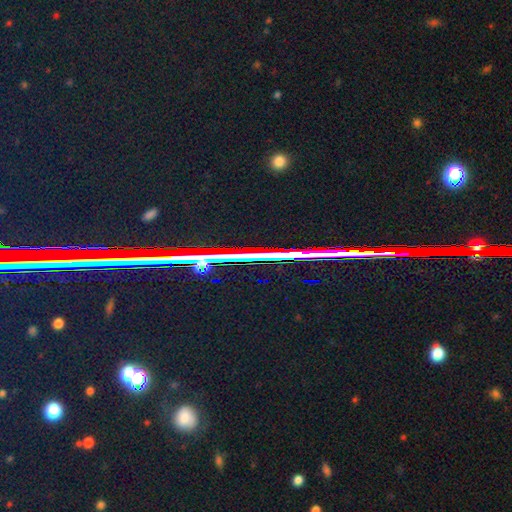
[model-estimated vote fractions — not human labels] star or artifact 83%, featured or disk 10%, smooth 7%.